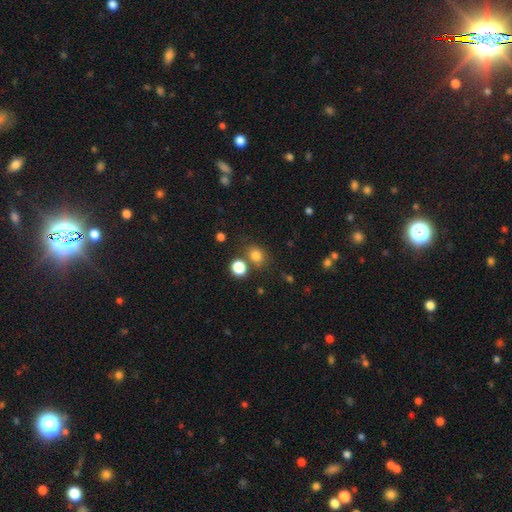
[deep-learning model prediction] A smooth galaxy with no disk features (80%) that is round (64%).

Vote fractions:
- Smooth or featured? smooth: 80% / star or artifact: 14% / featured or disk: 6%
- How rounded? round: 64% / in between: 35% / cigar-shaped: 1%
- Merging? none: 70% / merger: 15% / minor disturbance: 11% / major disturbance: 4%